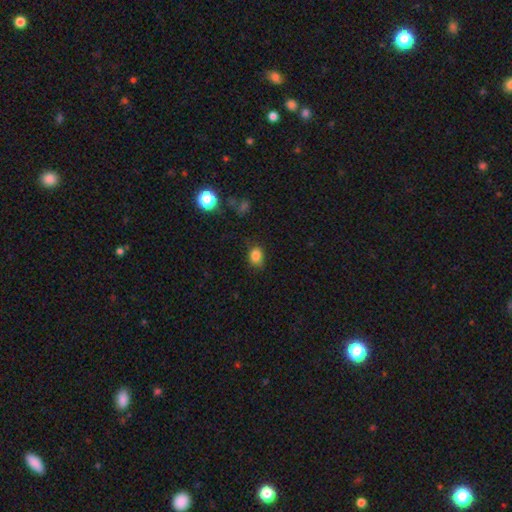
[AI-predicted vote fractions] smooth-or-featured: smooth: 83% | star or artifact: 12% | featured or disk: 5%
  how-rounded: in between: 55% | round: 44% | cigar-shaped: 1%
  merging: none: 76% | minor disturbance: 19% | major disturbance: 4% | merger: 2%